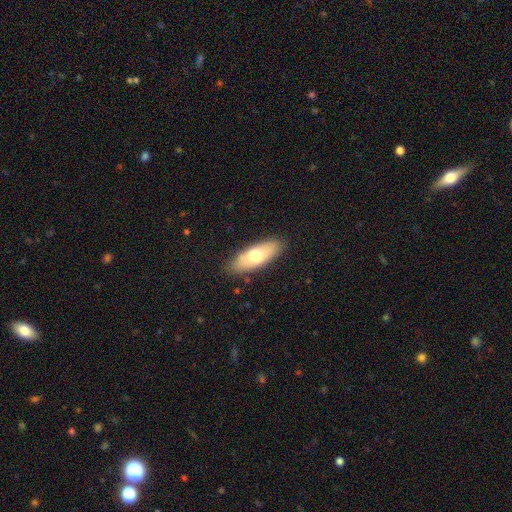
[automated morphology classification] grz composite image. It shows a smooth galaxy with no disk features (66%) that is in between round and cigar-shaped (71%). Merging: none (85%).